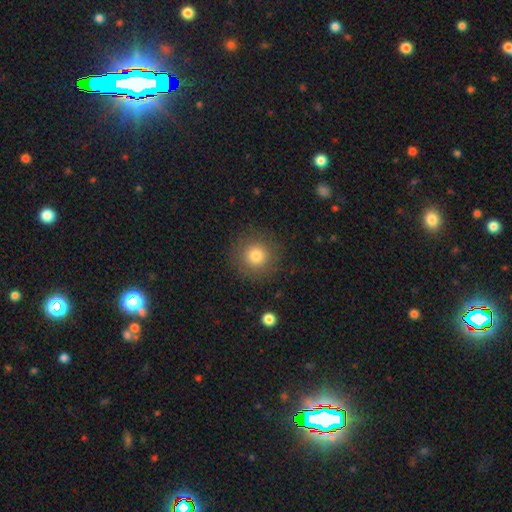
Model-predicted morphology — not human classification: smooth-or-featured: smooth: 79% | star or artifact: 12% | featured or disk: 9%
  how-rounded: round: 94% | in between: 5% | cigar-shaped: 1%
  merging: none: 88% | minor disturbance: 8% | major disturbance: 4% | merger: 1%